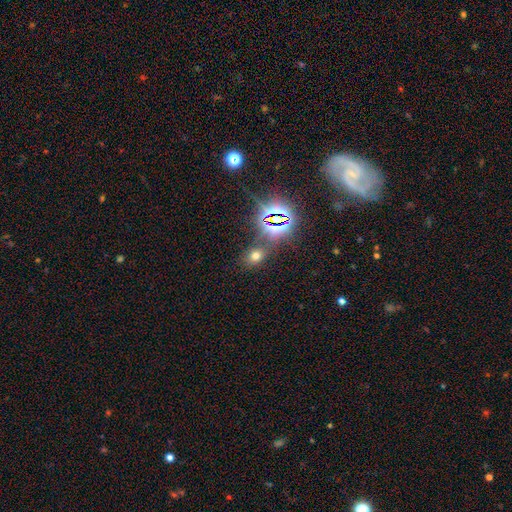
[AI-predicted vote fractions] This appears to be a smooth galaxy with no disk features (57%) that is in between round and cigar-shaped (58%). Merging: none (76%).